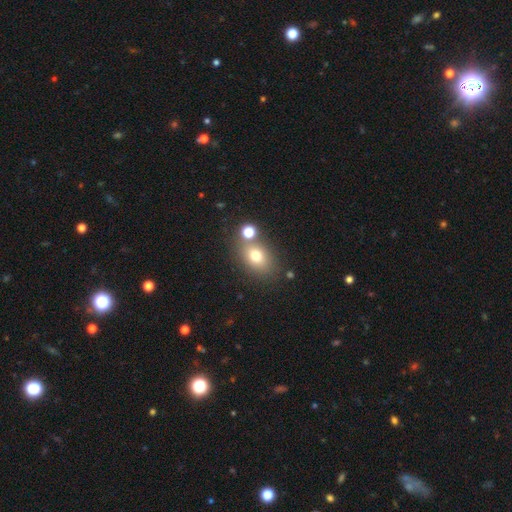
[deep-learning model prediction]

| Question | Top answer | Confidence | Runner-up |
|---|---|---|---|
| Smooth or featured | smooth | 72% | featured or disk (14%) |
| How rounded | in between | 66% | round (33%) |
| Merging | none | 65% | merger (18%) |